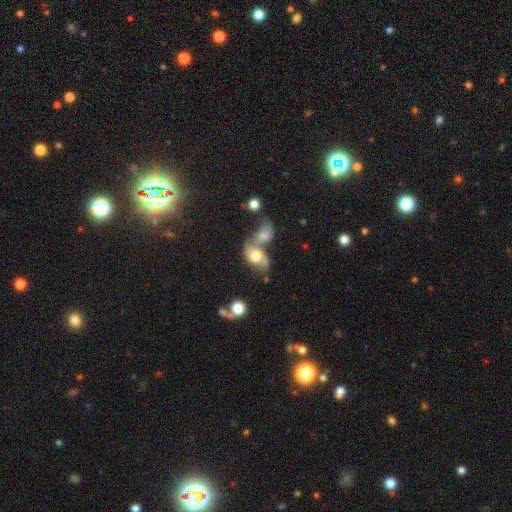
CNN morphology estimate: smooth_or_featured: smooth (p=0.49) [alt: featured or disk p=0.40]
merging: merger (p=0.71) [alt: none p=0.14]